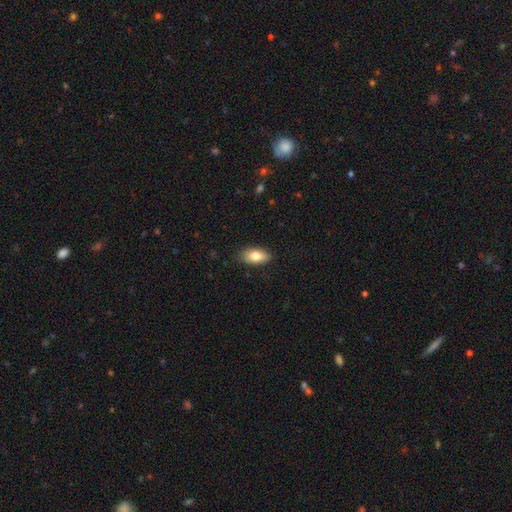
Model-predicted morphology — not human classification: type=smooth (80%); roundness=in between (89%); merging=none (83%).